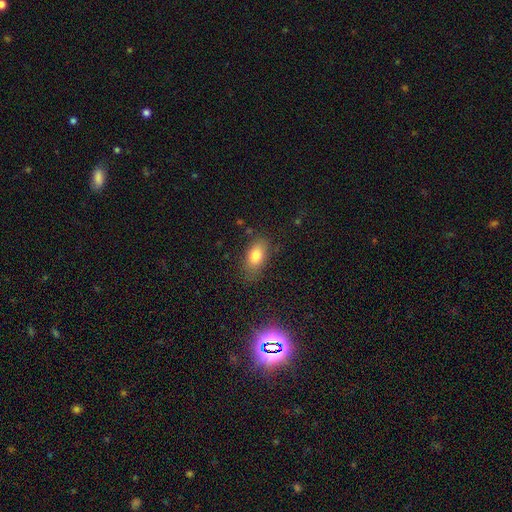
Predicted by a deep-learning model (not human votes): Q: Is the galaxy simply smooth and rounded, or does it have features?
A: smooth — 80%.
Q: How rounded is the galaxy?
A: in between — 87%.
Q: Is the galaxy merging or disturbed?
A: none — 79%.